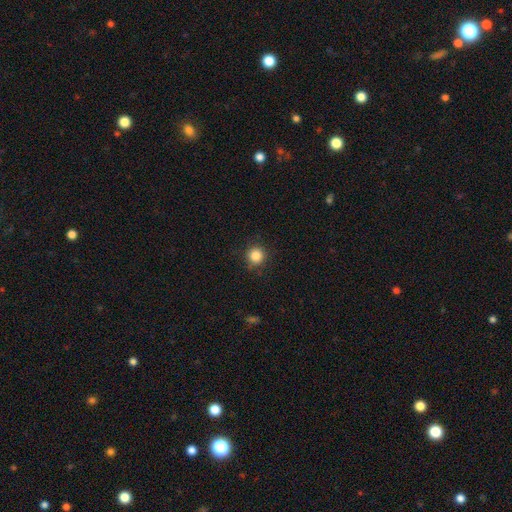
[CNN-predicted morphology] Smooth or featured? smooth (85%)
How rounded? round (94%)
Merging? none (89%)